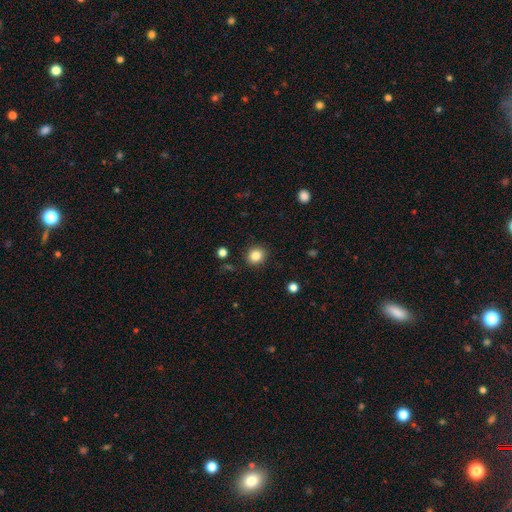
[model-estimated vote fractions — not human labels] A smooth galaxy with no disk features (84%) that is round (85%).

Vote fractions:
- Smooth or featured? smooth: 84% / star or artifact: 11% / featured or disk: 5%
- How rounded? round: 85% / in between: 14% / cigar-shaped: 1%
- Merging? none: 90% / minor disturbance: 7% / major disturbance: 2% / merger: 1%